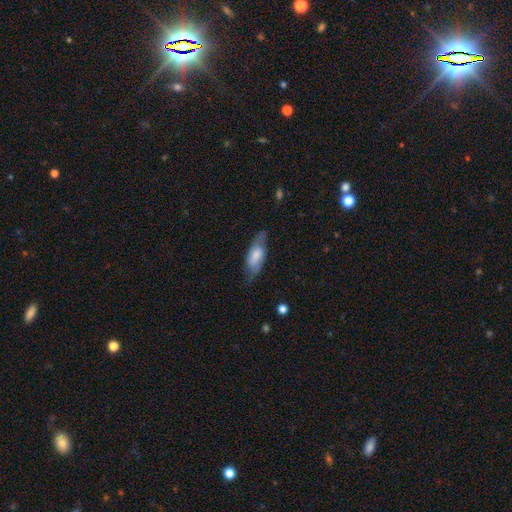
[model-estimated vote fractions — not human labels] This is likely a smooth galaxy (61%). How rounded: likely in between (73%). Merging: likely none (65%).